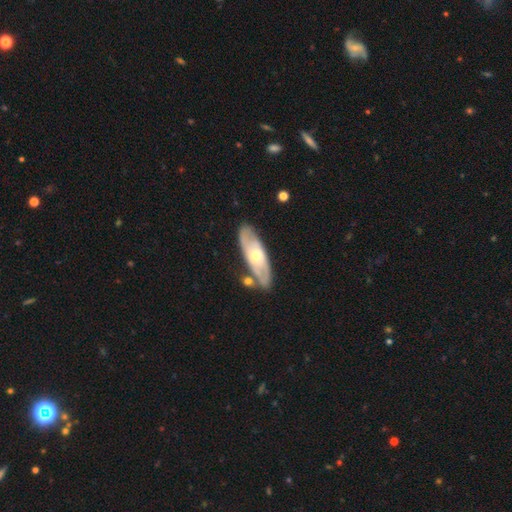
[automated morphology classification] Smooth or featured?
  - featured or disk: 68% *
  - smooth: 27%
  - star or artifact: 5%
Edge-on disk?
  - no: 76% *
  - yes: 24%
Bar?
  - no: 60% *
  - weak: 32%
  - strong: 8%
Spiral arms?
  - yes: 74% *
  - no: 26%
Bulge size?
  - moderate: 64% *
  - small: 28%
  - large: 6%
  - none: 1%
  - dominant: 1%
Merging?
  - none: 73% *
  - minor disturbance: 15%
  - merger: 8%
  - major disturbance: 4%